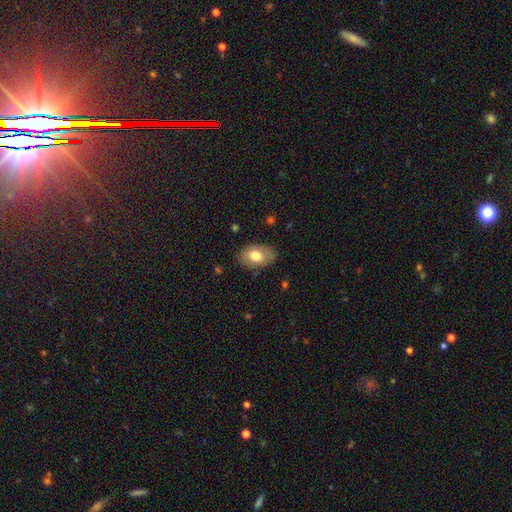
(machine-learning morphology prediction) Q: Smooth or featured?
A: smooth (74%); runner-up: featured or disk (19%)
Q: How rounded?
A: in between (88%); runner-up: round (11%)
Q: Merging?
A: none (81%); runner-up: minor disturbance (14%)